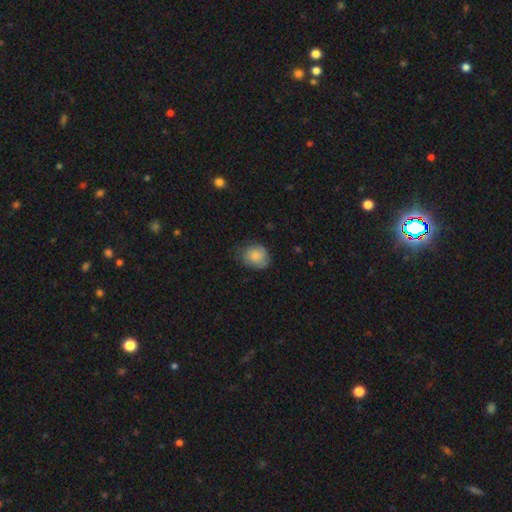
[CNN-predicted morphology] Smooth or featured? smooth (77%)
How rounded? round (61%)
Merging? none (66%)